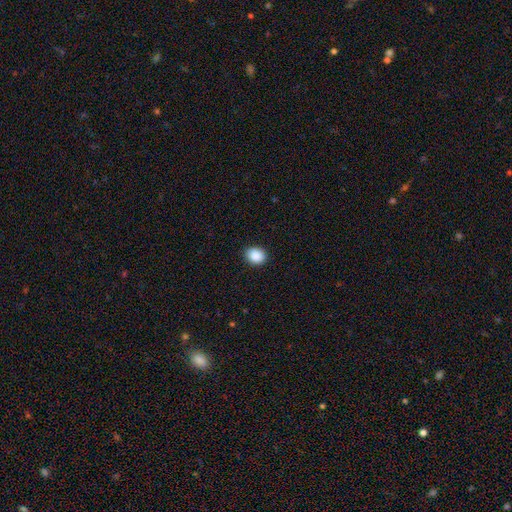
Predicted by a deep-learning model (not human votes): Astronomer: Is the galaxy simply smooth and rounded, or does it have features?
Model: smooth — 89%.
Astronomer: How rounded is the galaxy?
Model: round — 54% (runner-up: in between, 45%).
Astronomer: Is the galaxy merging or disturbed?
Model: none — 90%.